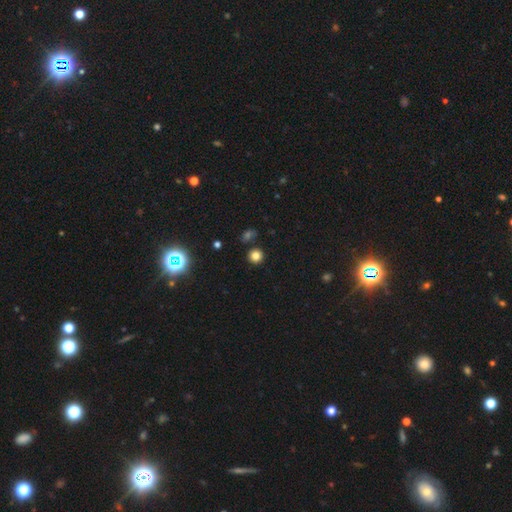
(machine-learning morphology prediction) type=smooth (78%); roundness=round (92%); merging=none (86%).